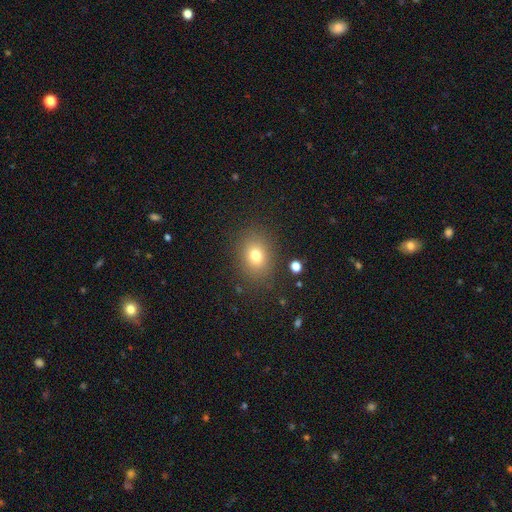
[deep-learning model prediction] Smooth or featured: smooth — 76% (star or artifact — 14%)
How rounded: in between — 50% (round — 49%)
Merging: none — 86% (minor disturbance — 9%)